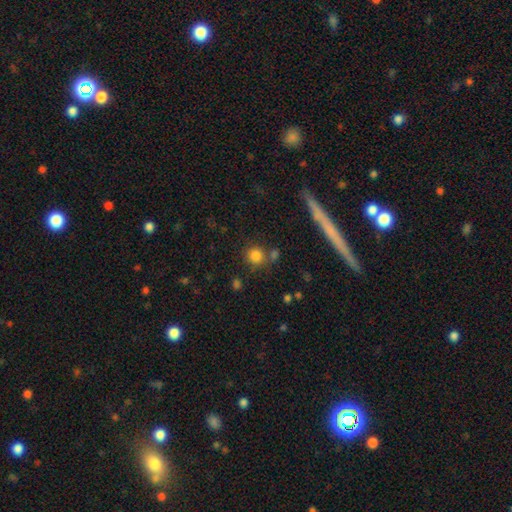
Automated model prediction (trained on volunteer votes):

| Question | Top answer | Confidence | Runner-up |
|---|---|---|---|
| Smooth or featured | smooth | 81% | star or artifact (13%) |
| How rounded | round | 90% | in between (8%) |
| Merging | none | 70% | merger (15%) |